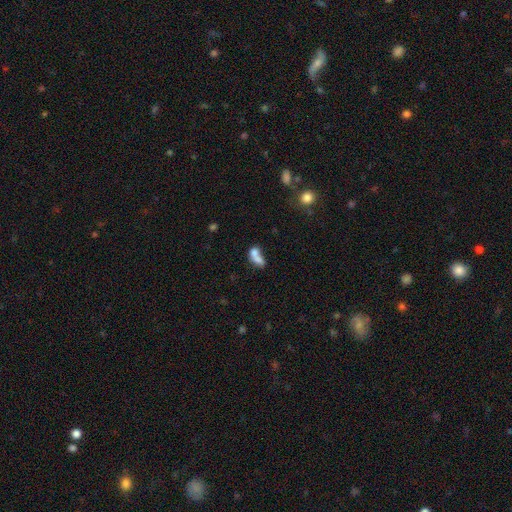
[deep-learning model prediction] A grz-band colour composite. It shows a smooth galaxy with no disk features (70%) that is in between round and cigar-shaped (73%). Merging: merger (62%).